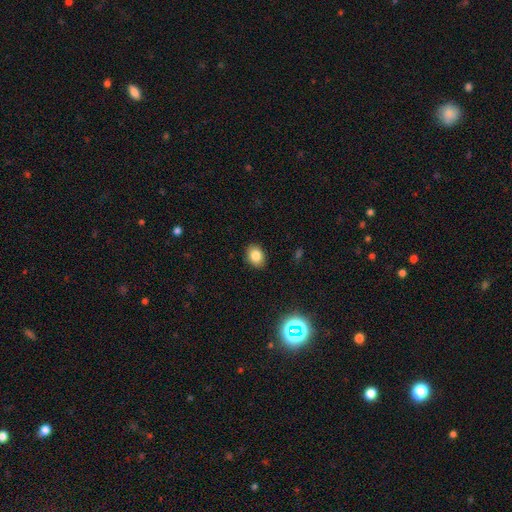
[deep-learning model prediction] smooth_or_featured: smooth (p=0.82) [alt: star or artifact p=0.11]
how_rounded: in between (p=0.63) [alt: round p=0.36]
merging: none (p=0.88) [alt: minor disturbance p=0.08]